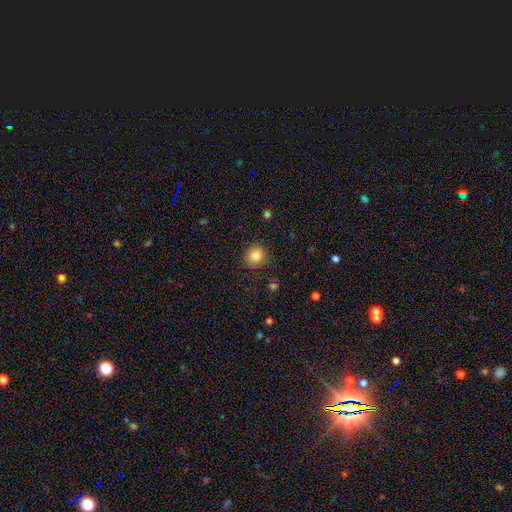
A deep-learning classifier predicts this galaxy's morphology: Smooth or featured: smooth — 83% (star or artifact — 11%)
How rounded: round — 86% (in between — 13%)
Merging: none — 88% (minor disturbance — 8%)